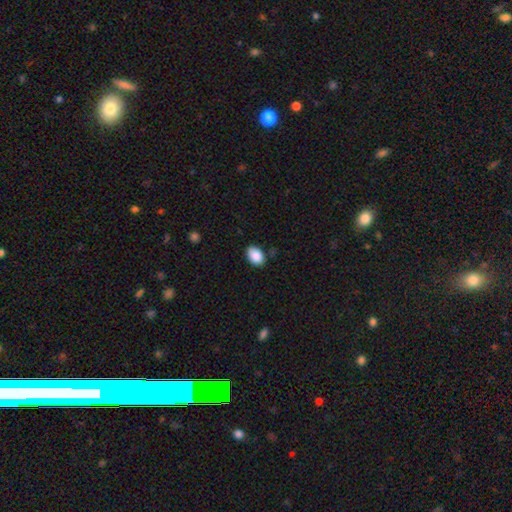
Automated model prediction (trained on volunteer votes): Overall: smooth (89%). How rounded: in between (83%). Merging: none (79%).